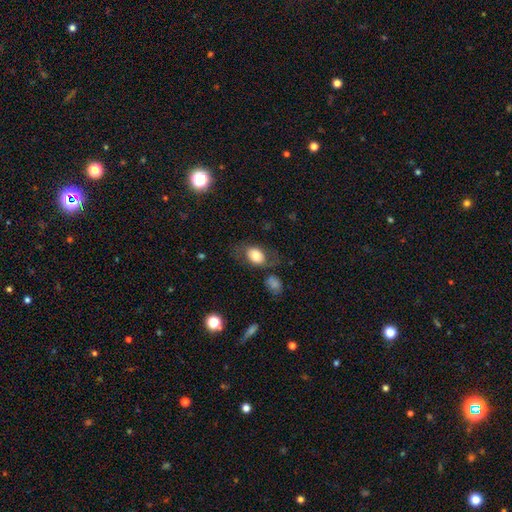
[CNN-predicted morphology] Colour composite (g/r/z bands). It shows a smooth galaxy with no disk features (73%) that is in between round and cigar-shaped (80%). Merging: none (63%).